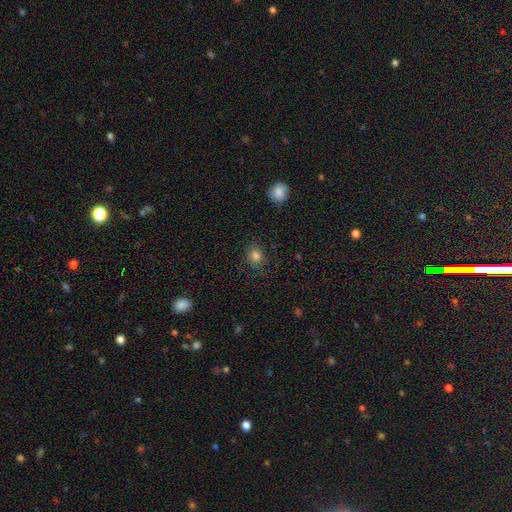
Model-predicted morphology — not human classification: Q: Smooth or featured?
A: smooth (81%); runner-up: star or artifact (13%)
Q: How rounded?
A: round (70%); runner-up: in between (29%)
Q: Merging?
A: none (79%); runner-up: minor disturbance (15%)